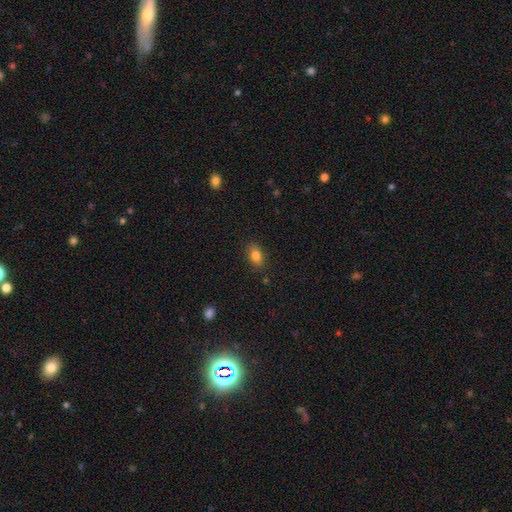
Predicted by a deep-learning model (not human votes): smooth 82%, star or artifact 10%, featured or disk 8%. Down the decision tree: how rounded — in between (84%); merging — none (84%).